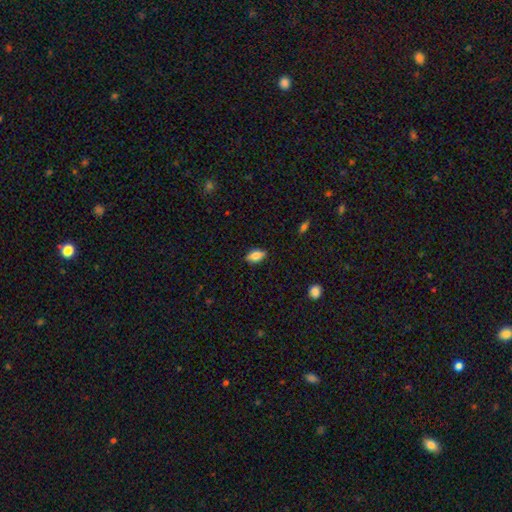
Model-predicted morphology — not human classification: Smooth or featured? smooth (79%)
How rounded? in between (88%)
Merging? none (84%)